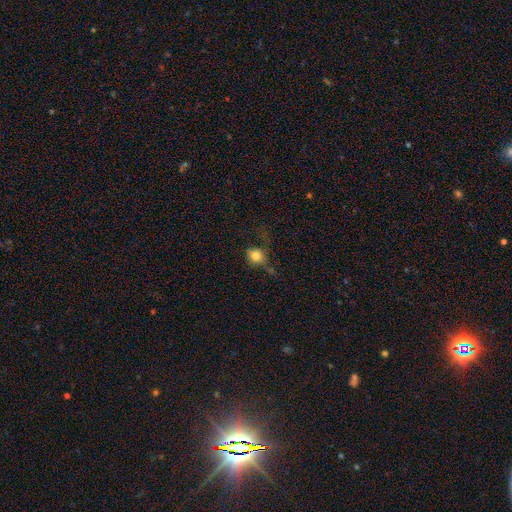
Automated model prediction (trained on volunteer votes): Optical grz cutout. It shows a smooth galaxy with no disk features (79%) that is round (77%). Merging: none (51%).